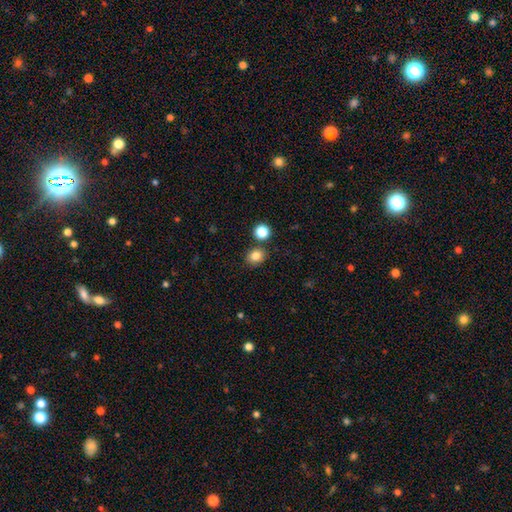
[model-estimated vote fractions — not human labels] smooth_or_featured: smooth (p=0.82) [alt: star or artifact p=0.12]
how_rounded: round (p=0.70) [alt: in between p=0.30]
merging: none (p=0.81) [alt: merger p=0.08]